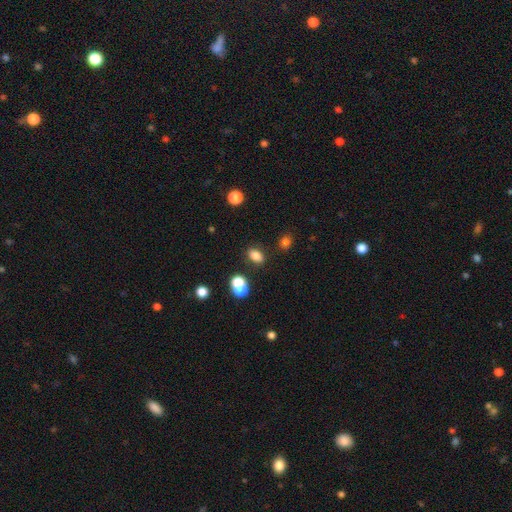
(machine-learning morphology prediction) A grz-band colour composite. It shows a smooth galaxy with no disk features (80%) that is in between round and cigar-shaped (80%). Merging: none (77%).